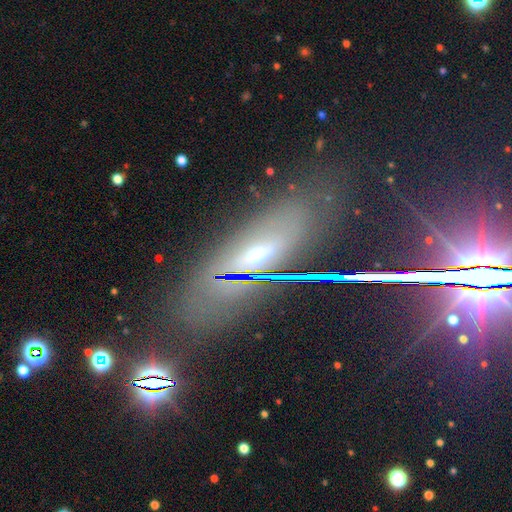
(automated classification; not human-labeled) Overall: featured or disk (39%; smooth 37%). Merging: none (70%).